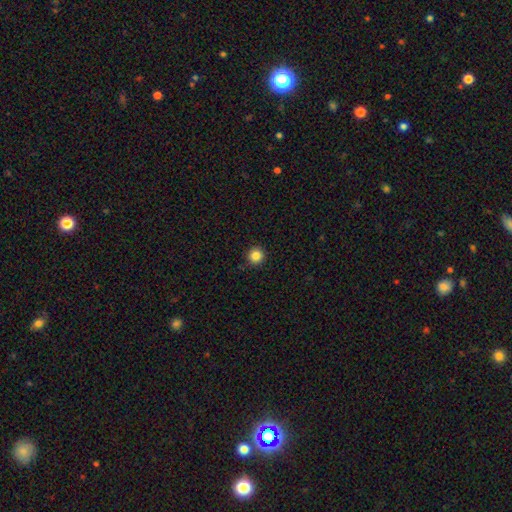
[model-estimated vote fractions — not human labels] Smooth or featured?
  - smooth: 85% *
  - star or artifact: 11%
  - featured or disk: 4%
How rounded?
  - round: 95% *
  - in between: 4%
  - cigar-shaped: 1%
Merging?
  - none: 91% *
  - minor disturbance: 6%
  - major disturbance: 2%
  - merger: 1%